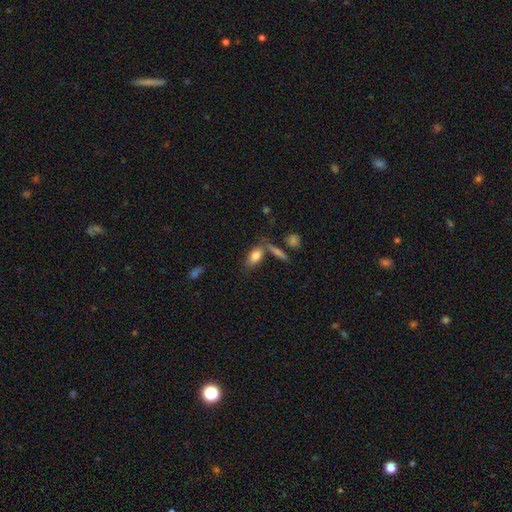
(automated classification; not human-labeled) smooth_or_featured: smooth (p=0.80) [alt: featured or disk p=0.12]
how_rounded: in between (p=0.84) [alt: cigar-shaped p=0.11]
merging: none (p=0.61) [alt: merger p=0.18]